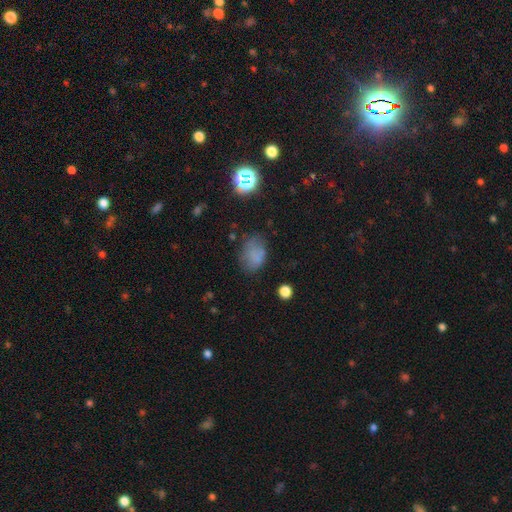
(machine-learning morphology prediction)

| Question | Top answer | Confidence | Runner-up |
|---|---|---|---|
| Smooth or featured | smooth | 70% | featured or disk (15%) |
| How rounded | in between | 76% | round (22%) |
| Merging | none | 54% | minor disturbance (27%) |